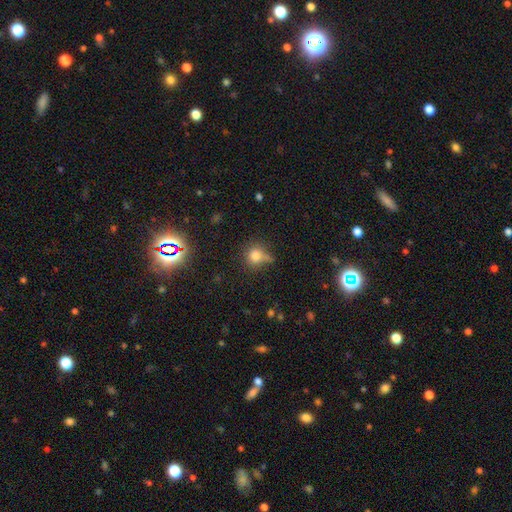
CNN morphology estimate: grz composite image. It shows a smooth galaxy with no disk features (75%) that is round (84%). Merging: none (58%).